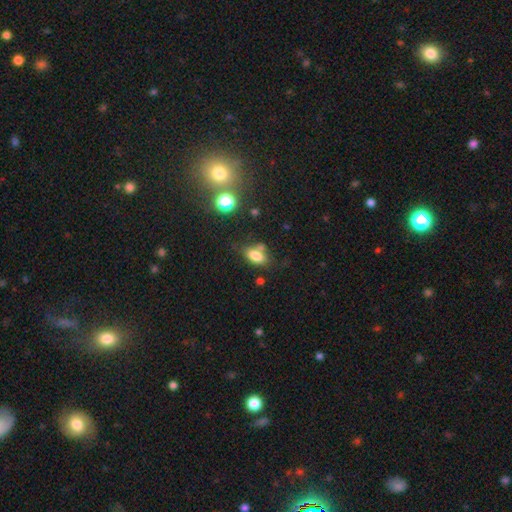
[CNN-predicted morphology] smooth 79%, star or artifact 11%, featured or disk 10%. Down the decision tree: how rounded — in between (87%); merging — none (61%).